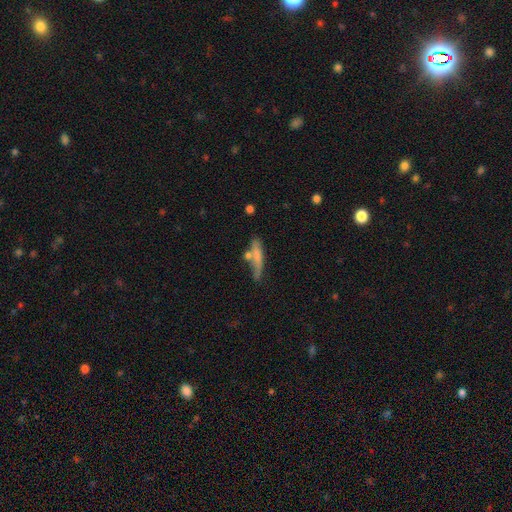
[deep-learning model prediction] A smooth galaxy with no disk features (66%) that is cigar-shaped (78%). Merging: none (46%).